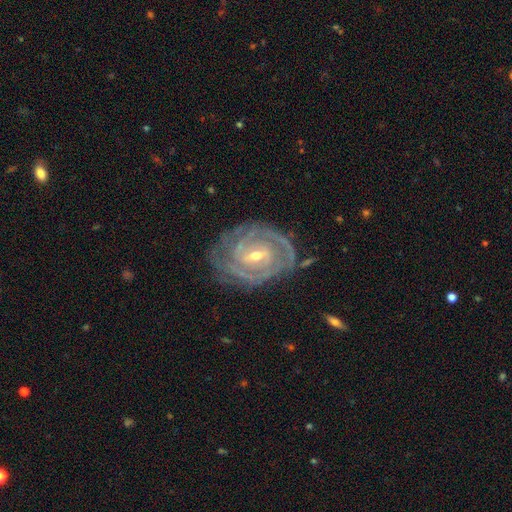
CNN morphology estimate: Smooth or featured?
  - featured or disk: 90% *
  - smooth: 5%
  - star or artifact: 5%
Edge-on disk?
  - no: 96% *
  - yes: 4%
Bar?
  - weak: 48% *
  - strong: 30%
  - no: 22%
Spiral arms?
  - yes: 97% *
  - no: 3%
Spiral winding?
  - tight: 78% *
  - medium: 18%
  - loose: 3%
Spiral arm count?
  - 2: 40% *
  - can't tell: 21%
  - 3: 21%
  - 4: 9%
  - 1: 5%
  - more than 4: 5%
Bulge size?
  - small: 53% *
  - moderate: 44%
  - large: 1%
  - none: 1%
  - dominant: 1%
Merging?
  - none: 74% *
  - minor disturbance: 18%
  - major disturbance: 7%
  - merger: 2%